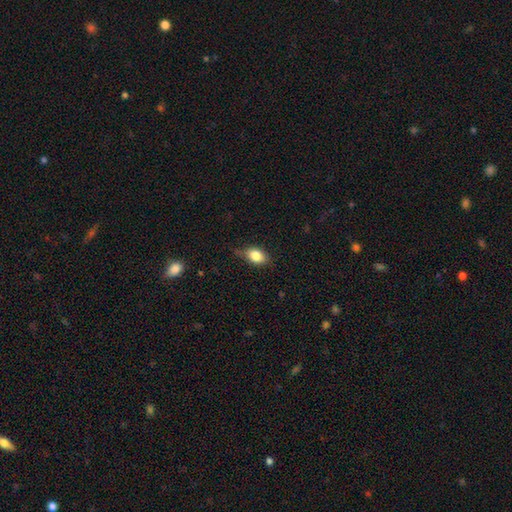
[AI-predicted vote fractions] This is clearly a smooth galaxy (82%). How rounded: likely in between (79%). Merging: likely none (67%).